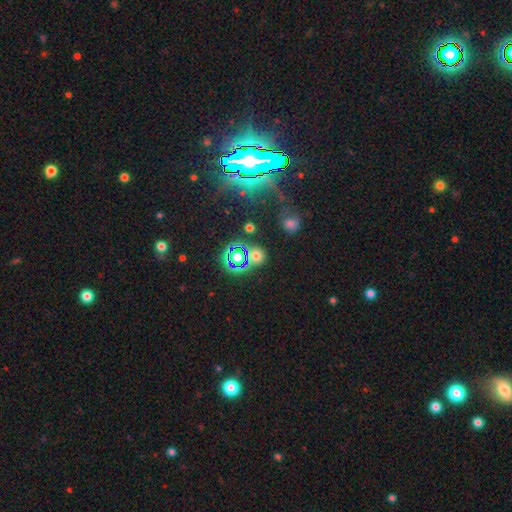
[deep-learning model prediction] Overall: smooth (52%; star or artifact 40%). How rounded: round (80%). Merging: none (71%).